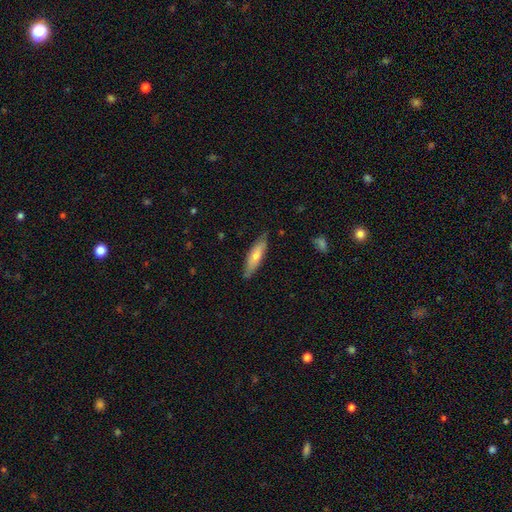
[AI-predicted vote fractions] Morphology: type=smooth (66%); roundness=cigar-shaped (63%); merging=none (79%).